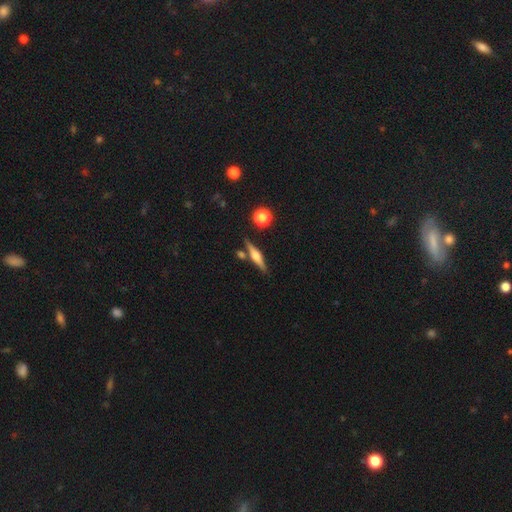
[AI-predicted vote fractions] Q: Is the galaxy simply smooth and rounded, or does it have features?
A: featured or disk — 66%.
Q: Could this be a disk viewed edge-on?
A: yes — 97%.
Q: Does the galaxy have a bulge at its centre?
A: rounded — 90%.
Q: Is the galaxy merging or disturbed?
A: none — 81%.